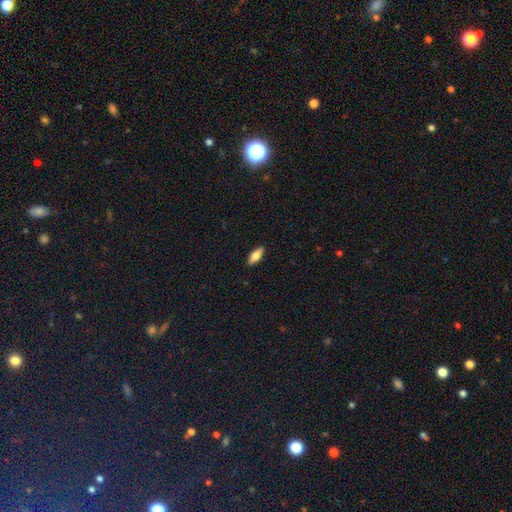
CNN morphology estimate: Smooth or featured: smooth — 68% (featured or disk — 26%)
How rounded: in between — 66% (cigar-shaped — 31%)
Merging: none — 90% (minor disturbance — 8%)